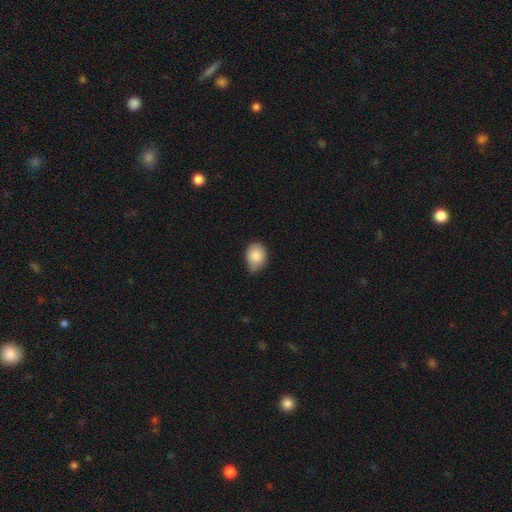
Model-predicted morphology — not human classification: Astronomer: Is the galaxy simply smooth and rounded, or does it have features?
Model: smooth — 87%.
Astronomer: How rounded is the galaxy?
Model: in between — 60% (runner-up: round, 39%).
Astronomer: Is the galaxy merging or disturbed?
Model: none — 54% (runner-up: minor disturbance, 40%).